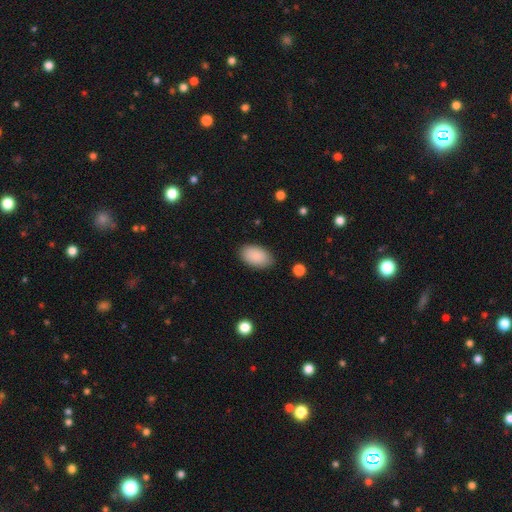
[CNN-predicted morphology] A smooth galaxy with no disk features (90%) that is in between round and cigar-shaped (95%).

Vote fractions:
- Smooth or featured? smooth: 90% / star or artifact: 6% / featured or disk: 4%
- How rounded? in between: 95% / round: 4% / cigar-shaped: 1%
- Merging? none: 87% / minor disturbance: 9% / major disturbance: 2% / merger: 1%